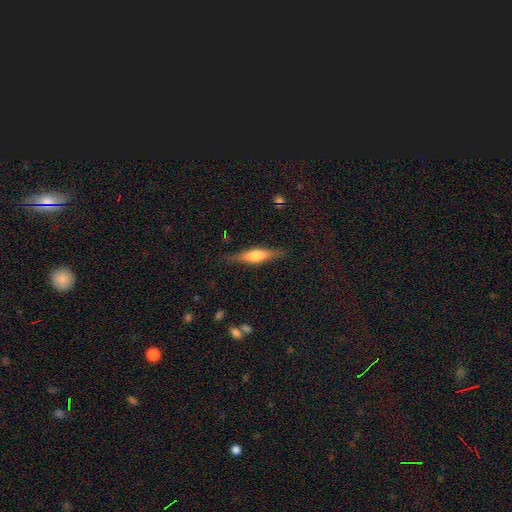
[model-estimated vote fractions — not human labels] smooth_or_featured: featured or disk (p=0.47) [alt: smooth p=0.46]
merging: none (p=0.84) [alt: minor disturbance p=0.12]